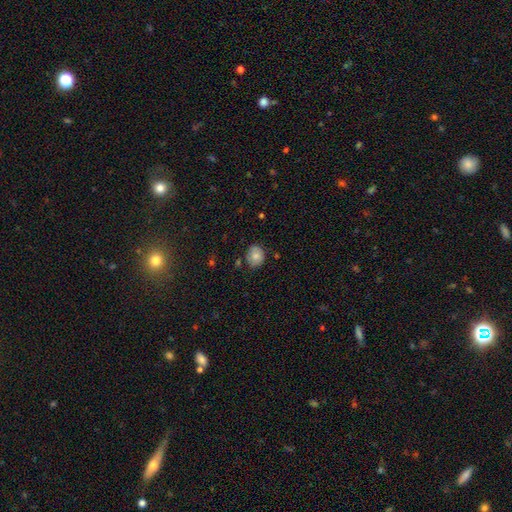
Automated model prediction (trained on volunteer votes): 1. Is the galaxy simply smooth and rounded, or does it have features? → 77% smooth, 14% featured or disk, 9% star or artifact.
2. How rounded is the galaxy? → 60% round, 39% in between, 1% cigar-shaped.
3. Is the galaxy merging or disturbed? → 74% none, 19% minor disturbance, 3% merger, 3% major disturbance.